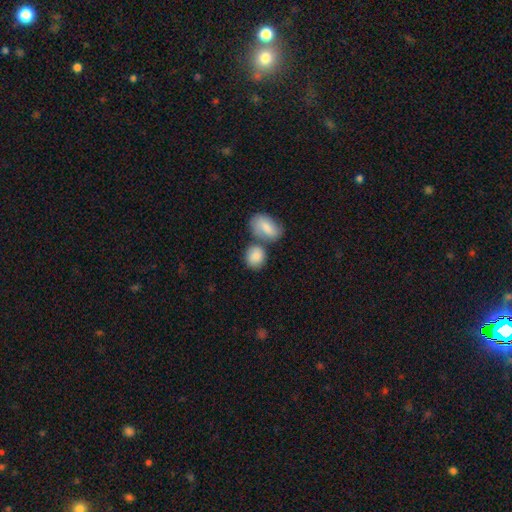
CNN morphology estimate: Smooth or featured? Predicted: smooth (p=0.85). How rounded? Predicted: round (p=0.49, tied with in between). Merging? Predicted: none (p=0.49).